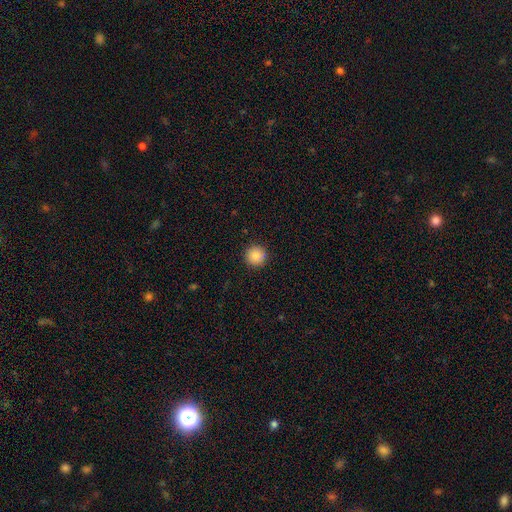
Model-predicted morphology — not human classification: Q: Smooth or featured?
A: smooth (88%); runner-up: star or artifact (9%)
Q: How rounded?
A: round (96%); runner-up: in between (3%)
Q: Merging?
A: none (92%); runner-up: minor disturbance (5%)